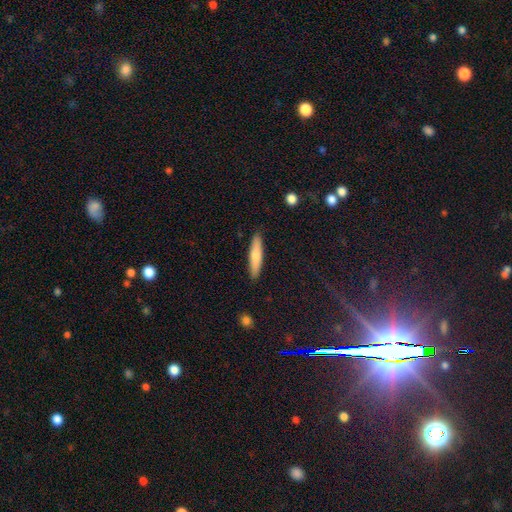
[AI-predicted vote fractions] This is likely a smooth galaxy (73%). How rounded: clearly cigar-shaped (83%). Merging: clearly none (89%).